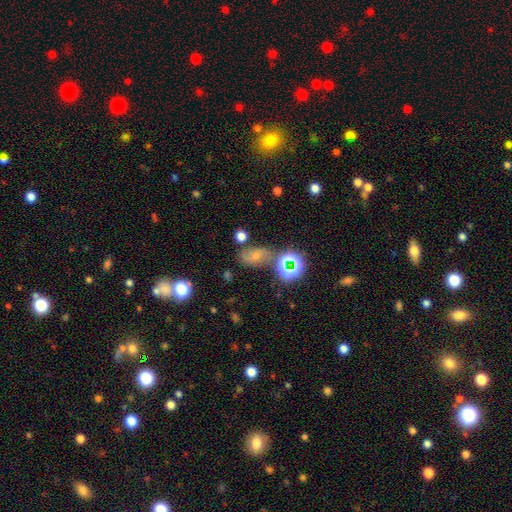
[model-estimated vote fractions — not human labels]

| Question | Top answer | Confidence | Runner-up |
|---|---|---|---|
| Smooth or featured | smooth | 47% | featured or disk (28%) |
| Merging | none | 58% | minor disturbance (21%) |